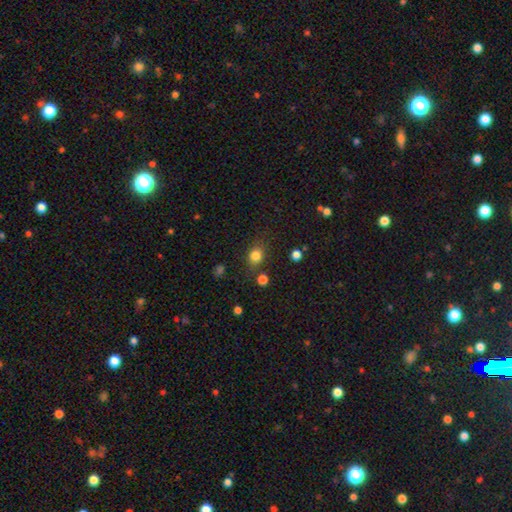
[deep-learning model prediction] This is clearly a smooth galaxy (81%). How rounded: possibly round (59%). Merging: likely none (74%).